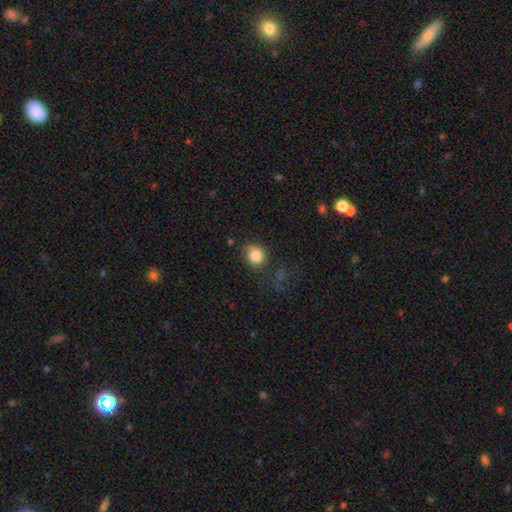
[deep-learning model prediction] Overall: smooth (84%). How rounded: round (72%). Merging: none (68%).